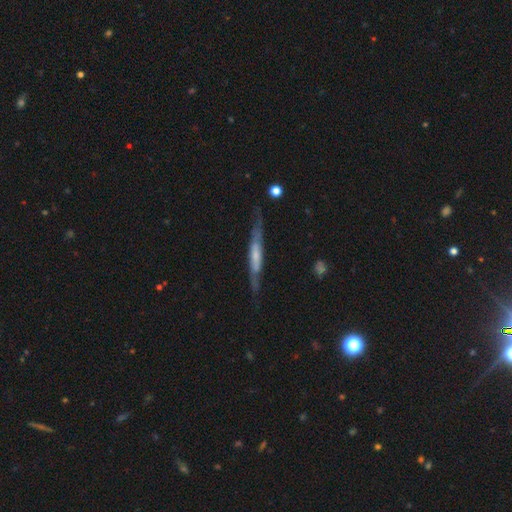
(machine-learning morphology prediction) Smooth or featured? featured or disk (63%)
Edge-on disk? yes (79%)
Merging? none (69%)